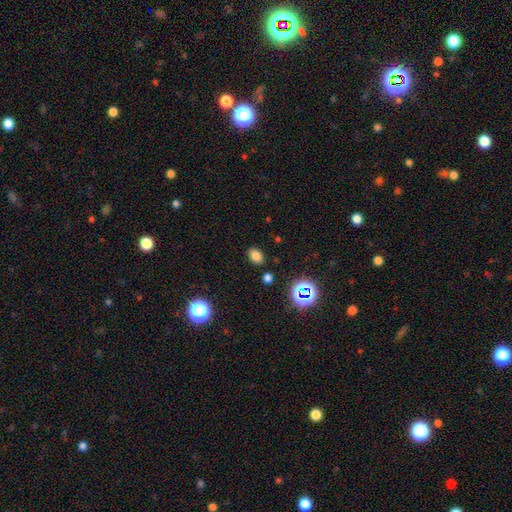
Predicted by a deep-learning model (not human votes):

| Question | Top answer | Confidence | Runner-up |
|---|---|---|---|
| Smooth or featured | smooth | 76% | star or artifact (18%) |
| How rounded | in between | 82% | round (17%) |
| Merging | none | 86% | minor disturbance (9%) |